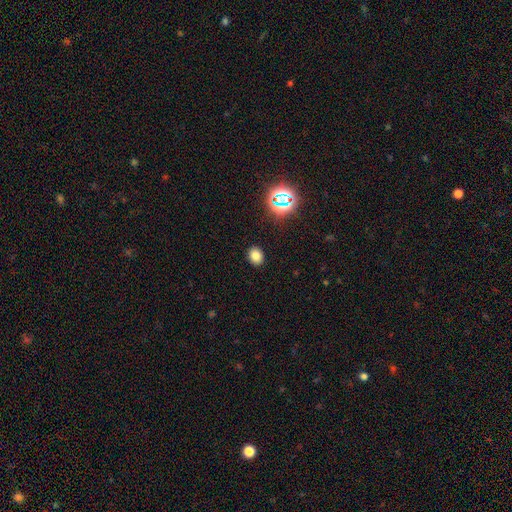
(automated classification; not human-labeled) Smooth or featured? Predicted: smooth (p=0.77). How rounded? Predicted: in between (p=0.52). Merging? Predicted: none (p=0.90).